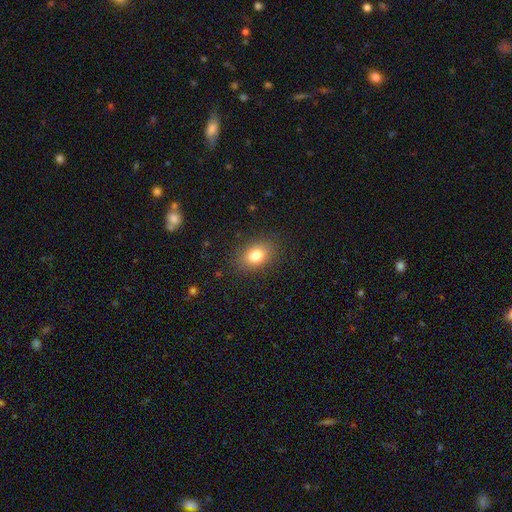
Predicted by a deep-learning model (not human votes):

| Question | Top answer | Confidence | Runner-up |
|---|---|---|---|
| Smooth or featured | smooth | 81% | star or artifact (10%) |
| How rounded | in between | 73% | round (26%) |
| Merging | none | 86% | minor disturbance (9%) |